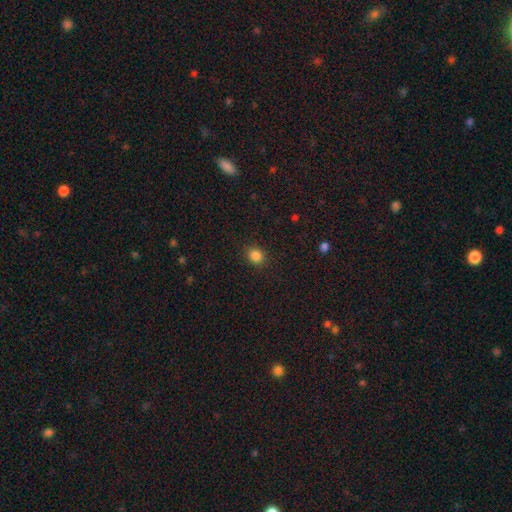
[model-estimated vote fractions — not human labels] A smooth galaxy with no disk features (85%) that is round (76%).

Vote fractions:
- Smooth or featured? smooth: 85% / star or artifact: 12% / featured or disk: 4%
- How rounded? round: 76% / in between: 23% / cigar-shaped: 1%
- Merging? none: 89% / minor disturbance: 7% / major disturbance: 2% / merger: 1%